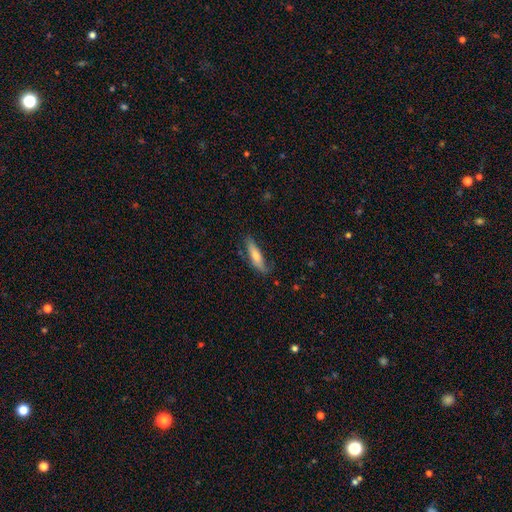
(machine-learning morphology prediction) This appears to be a smooth galaxy with no disk features (60%) that is cigar-shaped (74%). Merging: none (75%).